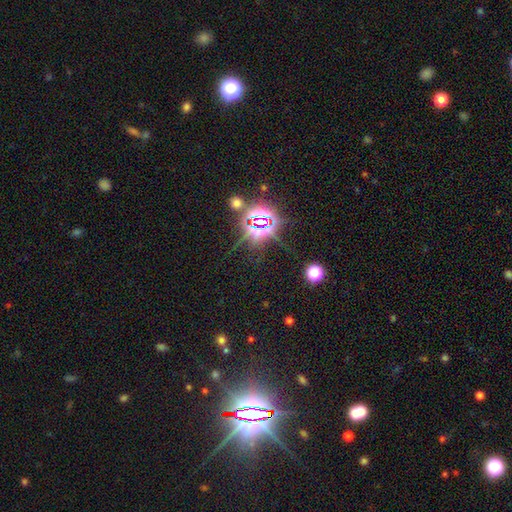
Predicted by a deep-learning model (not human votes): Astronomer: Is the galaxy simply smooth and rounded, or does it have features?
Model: star or artifact — 82%.